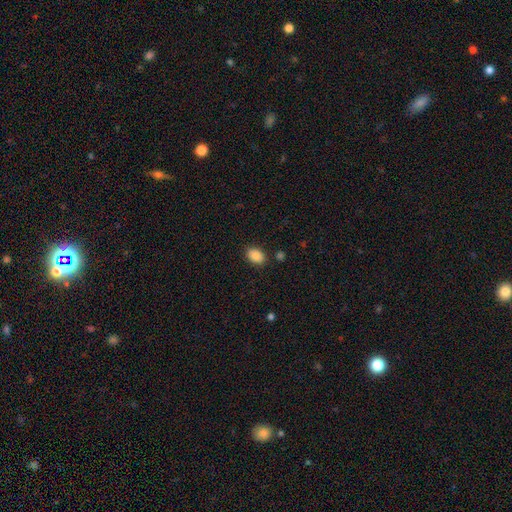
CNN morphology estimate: A smooth galaxy with no disk features (88%) that is in between round and cigar-shaped (82%). Merging: none (84%).